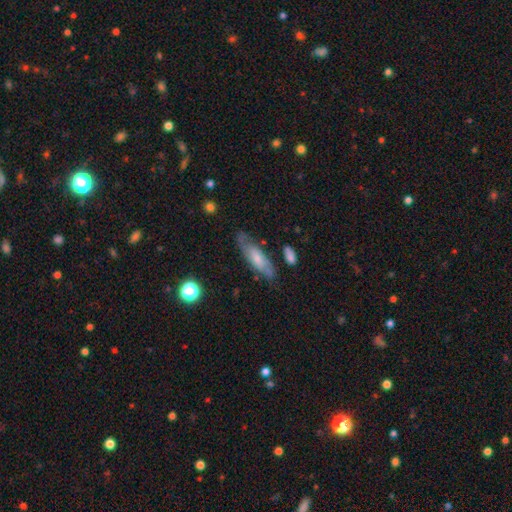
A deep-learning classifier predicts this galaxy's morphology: Overall: featured or disk (56%; smooth 36%). Edge-on disk: no (67%; yes 33%). Merging: none (71%).